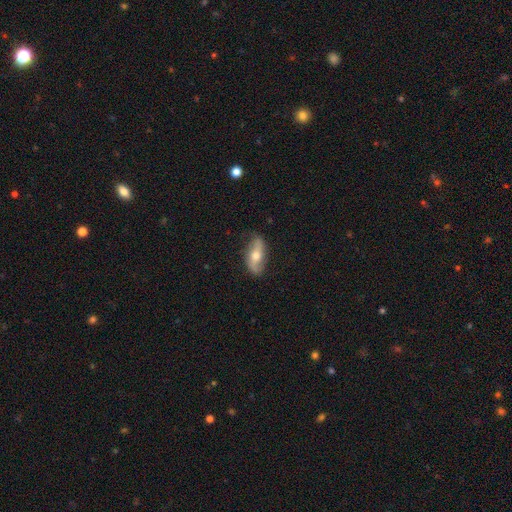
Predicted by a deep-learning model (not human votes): smooth_or_featured: featured or disk (p=0.56) [alt: smooth p=0.38]
disk_edge_on: no (p=0.76) [alt: yes p=0.24]
merging: none (p=0.78) [alt: minor disturbance p=0.16]